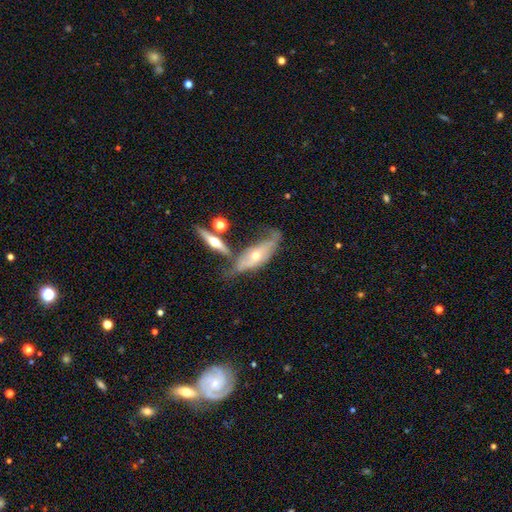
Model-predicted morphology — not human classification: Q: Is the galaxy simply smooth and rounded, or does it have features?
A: featured or disk — 58%.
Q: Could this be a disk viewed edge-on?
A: no — 51%.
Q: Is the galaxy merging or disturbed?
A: none — 33%.